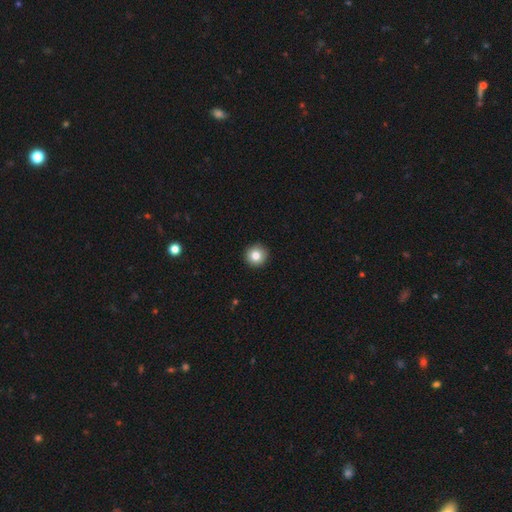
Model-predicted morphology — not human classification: smooth_or_featured: smooth (p=0.82) [alt: star or artifact p=0.10]
how_rounded: round (p=0.96) [alt: in between p=0.04]
merging: none (p=0.93) [alt: minor disturbance p=0.05]